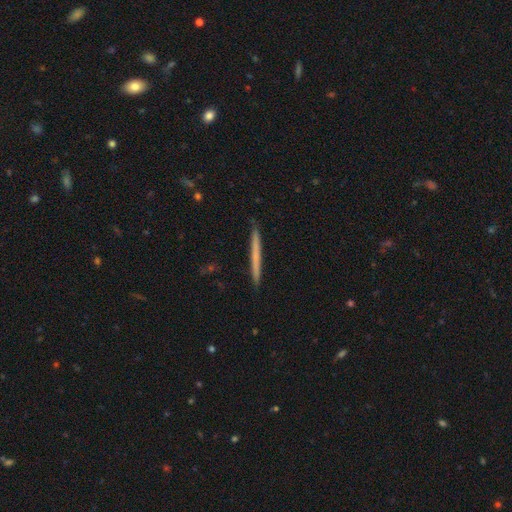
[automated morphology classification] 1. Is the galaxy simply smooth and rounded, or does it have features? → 55% smooth, 40% featured or disk, 6% star or artifact.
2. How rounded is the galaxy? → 97% cigar-shaped, 1% in between, 1% round.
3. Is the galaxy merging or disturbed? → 92% none, 6% minor disturbance, 1% major disturbance, 1% merger.